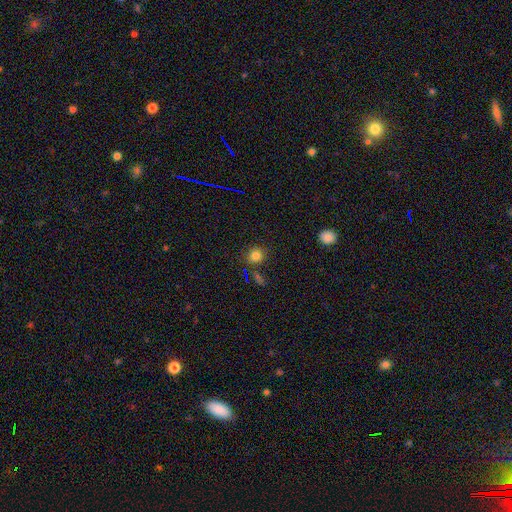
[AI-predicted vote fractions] smooth 80%, star or artifact 14%, featured or disk 6%. Down the decision tree: how rounded — round (85%); merging — none (79%).